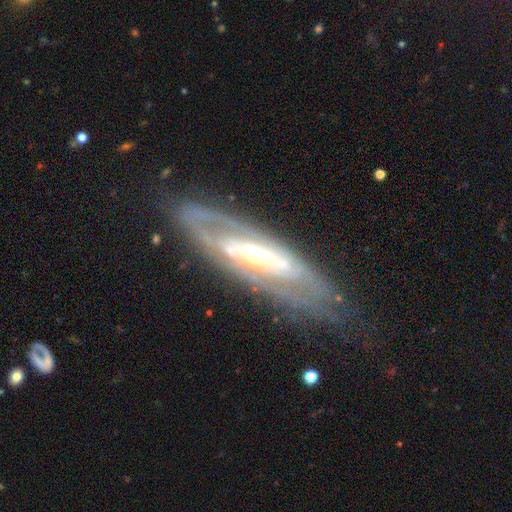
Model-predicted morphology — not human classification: smooth-or-featured: featured or disk: 82% | smooth: 13% | star or artifact: 6%
  disk-edge-on: no: 78% | yes: 22%
    bar: no: 44% | weak: 29% | strong: 27%
    has-spiral-arms: yes: 72% | no: 28%
    bulge-size: moderate: 50% | small: 41% | large: 6% | dominant: 1% | none: 1%
  merging: none: 71% | minor disturbance: 18% | major disturbance: 9% | merger: 2%